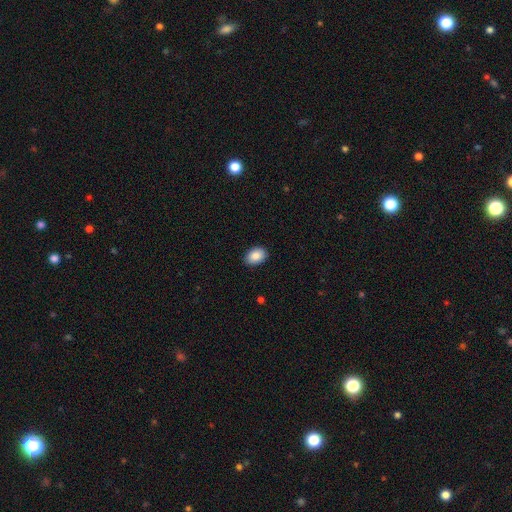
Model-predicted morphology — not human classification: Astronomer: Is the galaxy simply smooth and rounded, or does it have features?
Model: smooth — 88%.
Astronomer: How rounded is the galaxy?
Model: in between — 84%.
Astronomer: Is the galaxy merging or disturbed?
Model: none — 89%.